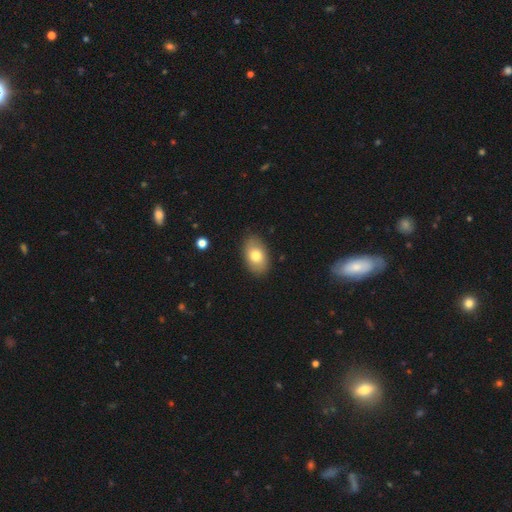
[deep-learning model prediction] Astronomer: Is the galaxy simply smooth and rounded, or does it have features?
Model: smooth — 77%.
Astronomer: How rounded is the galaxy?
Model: in between — 89%.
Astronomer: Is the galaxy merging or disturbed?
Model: none — 86%.